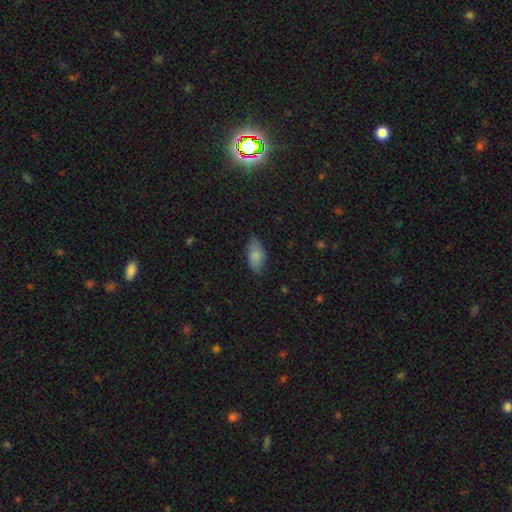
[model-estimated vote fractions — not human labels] smooth 79%, featured or disk 14%, star or artifact 7%. Down the decision tree: how rounded — in between (92%); merging — none (72%).